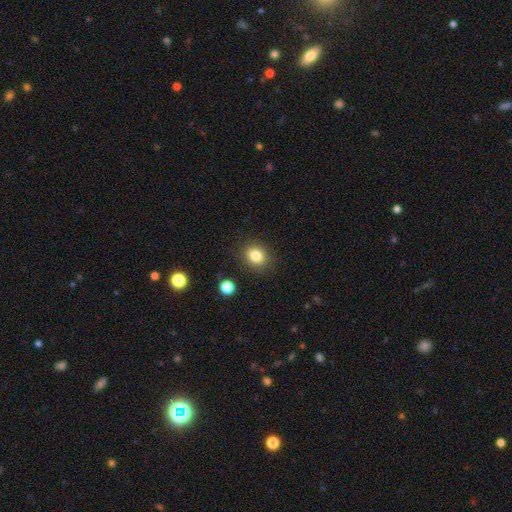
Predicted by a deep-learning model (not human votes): The model was most divided on "how rounded": round: 67%, in between: 32%, cigar-shaped: 1%. More confident: merging — none (86%); smooth or featured — smooth (82%).